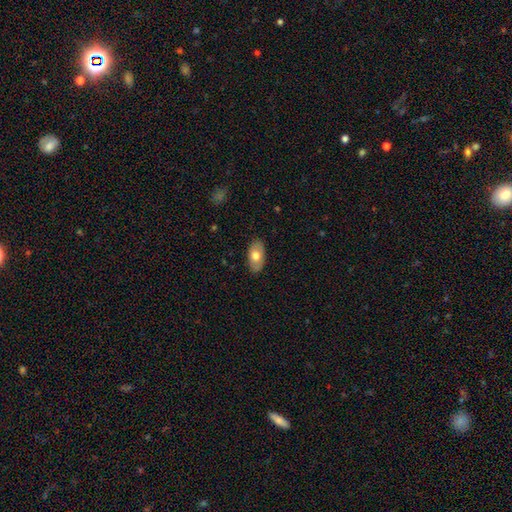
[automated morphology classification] This appears to be a smooth galaxy with no disk features (68%) that is in between round and cigar-shaped (94%). Merging: none (86%).